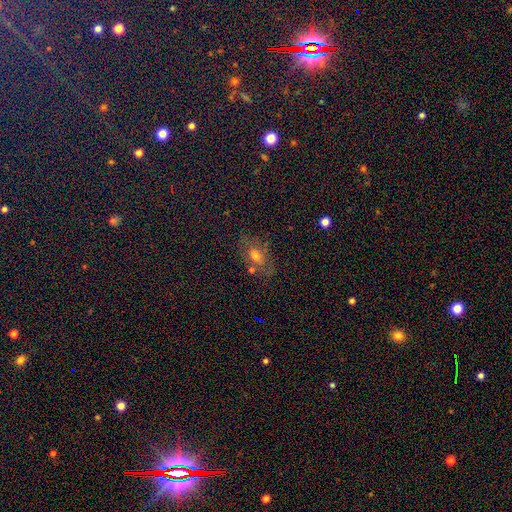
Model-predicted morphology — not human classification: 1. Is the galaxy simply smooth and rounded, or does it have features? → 47% smooth, 27% star or artifact, 27% featured or disk.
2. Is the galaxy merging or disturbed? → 68% none, 18% minor disturbance, 7% major disturbance, 6% merger.